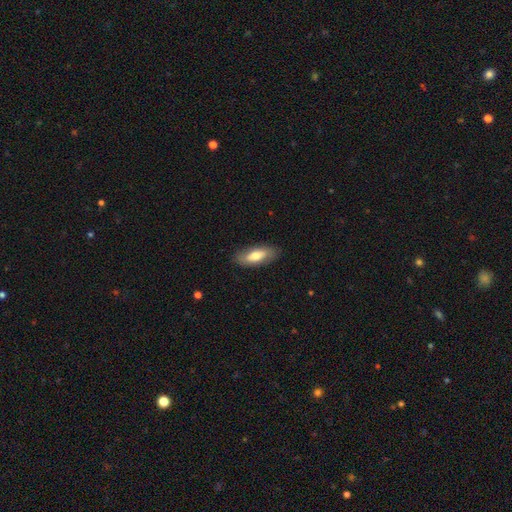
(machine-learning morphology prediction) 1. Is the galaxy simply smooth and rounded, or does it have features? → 70% smooth, 25% featured or disk, 6% star or artifact.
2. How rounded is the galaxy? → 78% in between, 20% cigar-shaped, 2% round.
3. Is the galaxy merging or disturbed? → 84% none, 12% minor disturbance, 3% major disturbance, 1% merger.